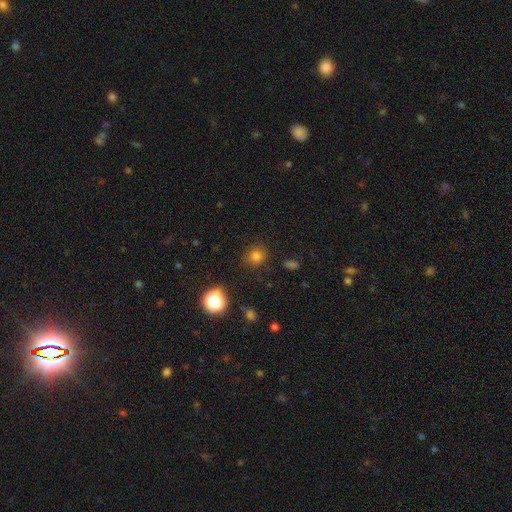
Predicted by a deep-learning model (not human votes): Smooth or featured: smooth — 76% (star or artifact — 18%)
How rounded: round — 87% (in between — 12%)
Merging: none — 85% (minor disturbance — 10%)